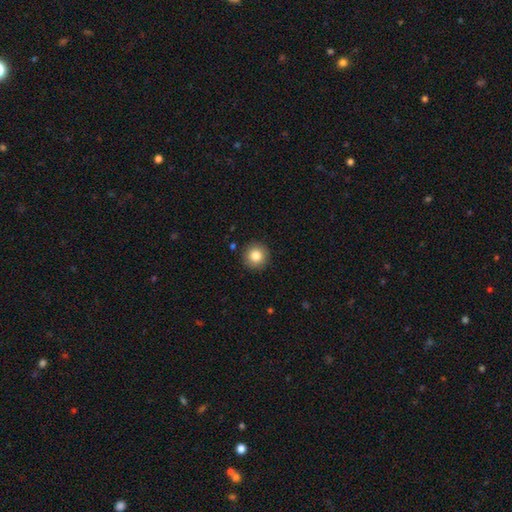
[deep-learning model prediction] Smooth or featured? smooth (84%)
How rounded? round (95%)
Merging? none (91%)